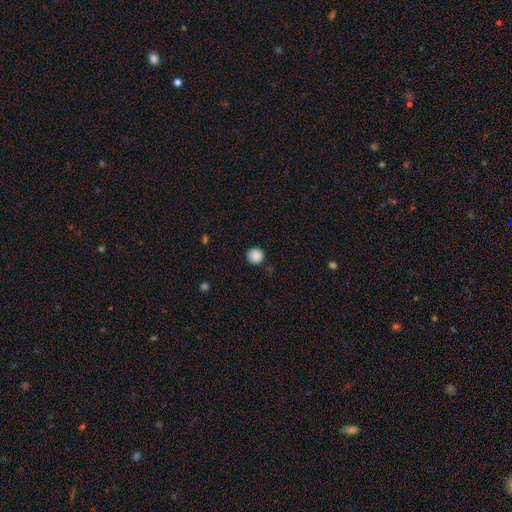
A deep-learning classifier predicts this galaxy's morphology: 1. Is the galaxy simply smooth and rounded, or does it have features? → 87% smooth, 9% star or artifact, 3% featured or disk.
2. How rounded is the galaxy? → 92% round, 7% in between, 1% cigar-shaped.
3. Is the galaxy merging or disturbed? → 88% none, 8% minor disturbance, 2% major disturbance, 1% merger.